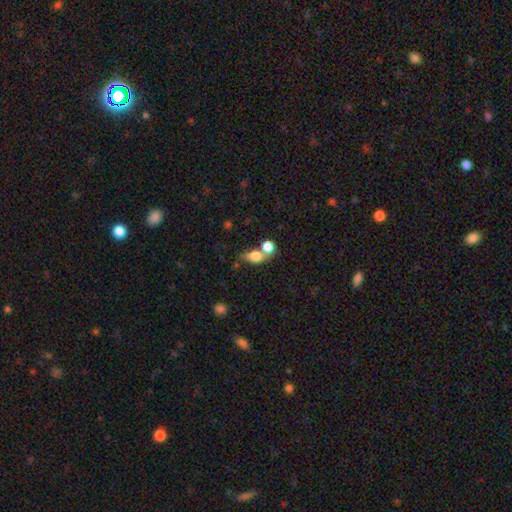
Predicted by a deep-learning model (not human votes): smooth_or_featured: smooth (p=0.73) [alt: featured or disk p=0.17]
how_rounded: in between (p=0.58) [alt: round p=0.34]
merging: merger (p=0.47) [alt: none p=0.34]